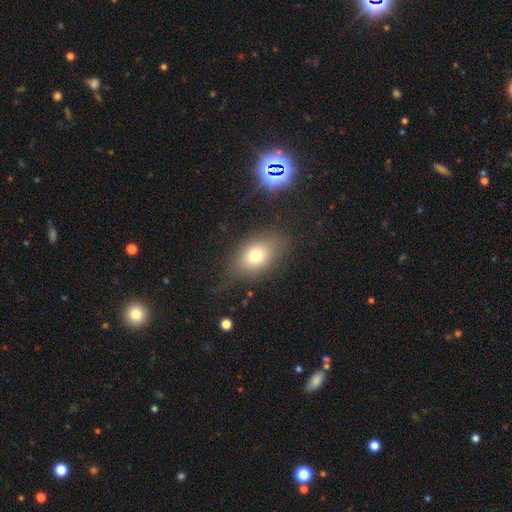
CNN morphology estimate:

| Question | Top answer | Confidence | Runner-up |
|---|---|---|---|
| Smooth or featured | smooth | 73% | featured or disk (15%) |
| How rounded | in between | 74% | round (24%) |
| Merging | none | 72% | minor disturbance (17%) |